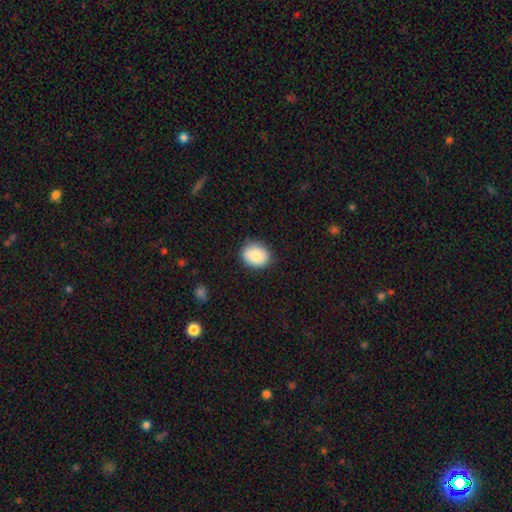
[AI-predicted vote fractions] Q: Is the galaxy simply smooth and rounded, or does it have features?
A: smooth — 86%.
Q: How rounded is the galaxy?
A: round — 52%.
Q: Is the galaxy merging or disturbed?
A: none — 86%.